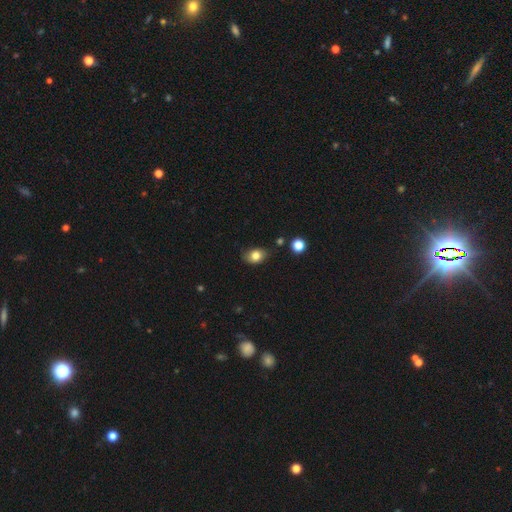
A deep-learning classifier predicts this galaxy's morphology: Smooth or featured?
  - smooth: 81% *
  - star or artifact: 10%
  - featured or disk: 9%
How rounded?
  - in between: 70% *
  - round: 28%
  - cigar-shaped: 1%
Merging?
  - none: 72% *
  - minor disturbance: 21%
  - major disturbance: 4%
  - merger: 3%